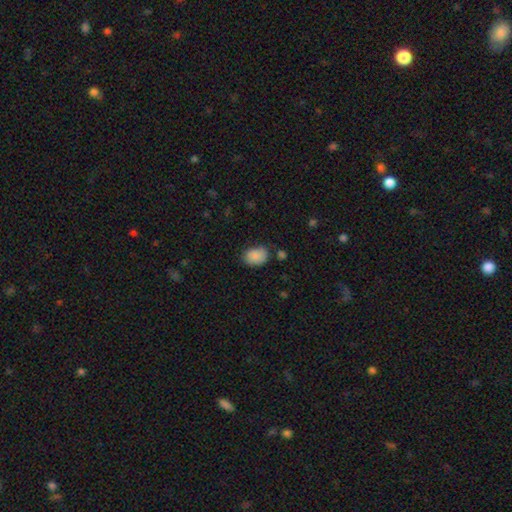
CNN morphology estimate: A smooth galaxy with no disk features (88%) that is in between round and cigar-shaped (75%). Merging: none (67%).